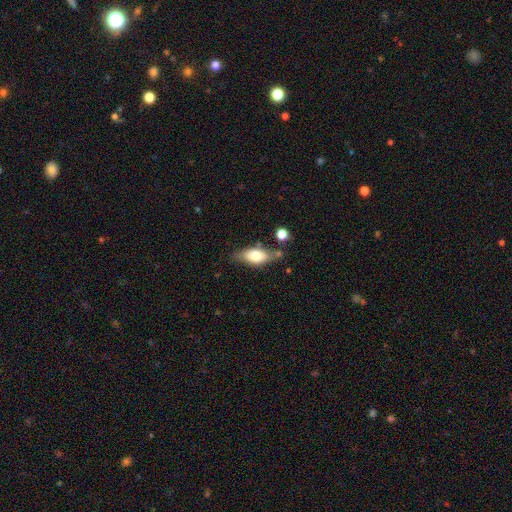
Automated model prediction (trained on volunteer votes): smooth-or-featured: smooth: 67% | featured or disk: 26% | star or artifact: 7%
  how-rounded: in between: 80% | cigar-shaped: 16% | round: 4%
  merging: none: 64% | minor disturbance: 21% | merger: 9% | major disturbance: 6%